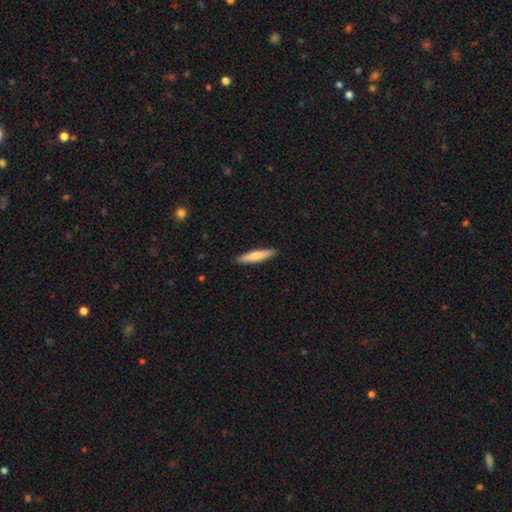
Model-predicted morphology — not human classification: smooth_or_featured: smooth (p=0.73) [alt: featured or disk p=0.22]
how_rounded: cigar-shaped (p=0.89) [alt: in between p=0.10]
merging: none (p=0.91) [alt: minor disturbance p=0.06]